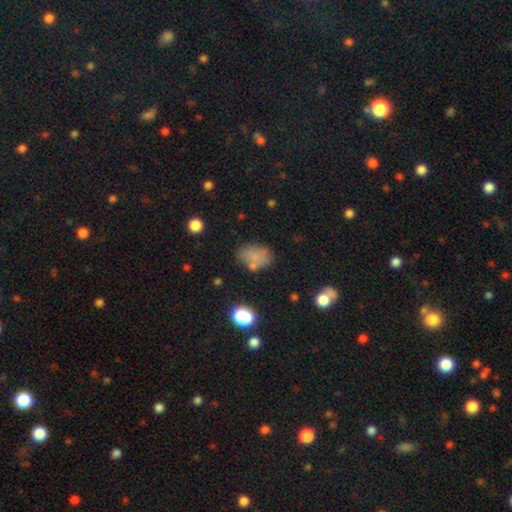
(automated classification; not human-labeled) A smooth galaxy with no disk features (73%) that is in between round and cigar-shaped (79%). Merging: none (61%).